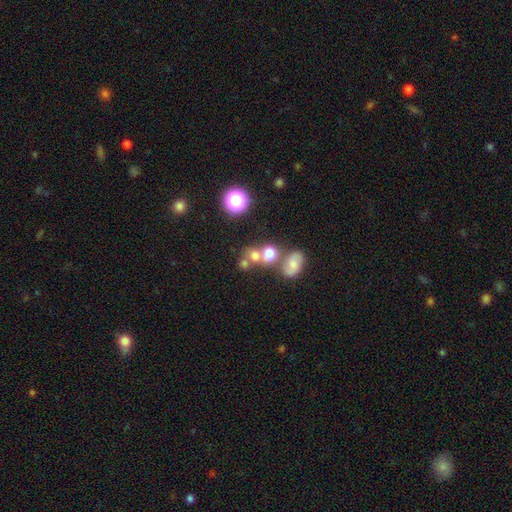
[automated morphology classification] Smooth or featured? smooth (51%)
How rounded? round (64%)
Merging? merger (45%)